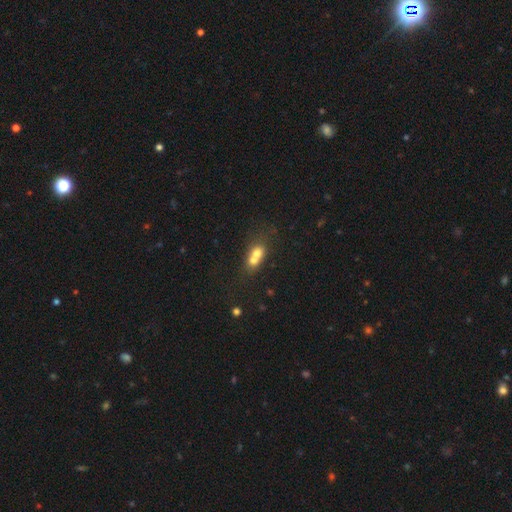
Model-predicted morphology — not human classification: smooth 64%, featured or disk 24%, star or artifact 11%. Down the decision tree: how rounded — in between (49%); merging — merger (69%).